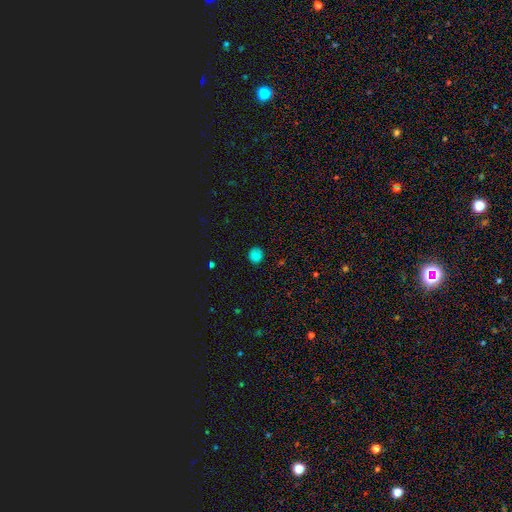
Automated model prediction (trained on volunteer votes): A smooth galaxy with no disk features (81%) that is round (88%).

Vote fractions:
- Smooth or featured? smooth: 81% / star or artifact: 15% / featured or disk: 5%
- How rounded? round: 88% / in between: 11% / cigar-shaped: 1%
- Merging? none: 87% / minor disturbance: 10% / major disturbance: 2% / merger: 1%